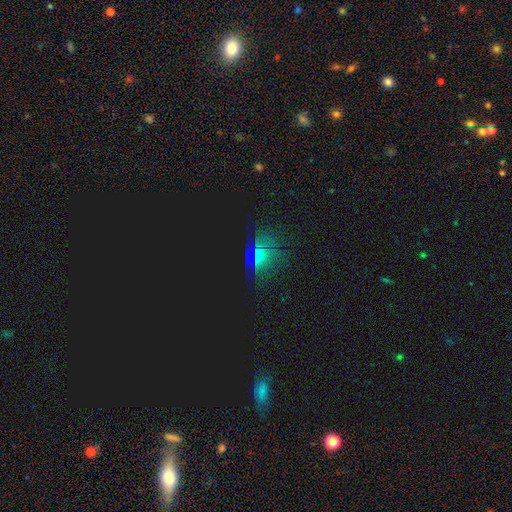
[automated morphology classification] A star or artifact, not a galaxy (57%).